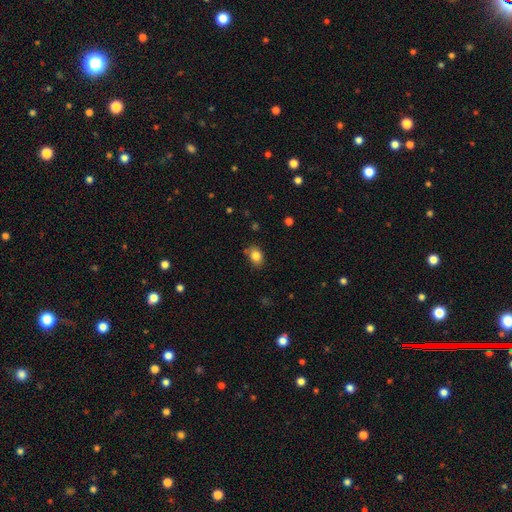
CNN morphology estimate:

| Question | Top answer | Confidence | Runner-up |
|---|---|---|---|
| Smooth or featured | smooth | 83% | star or artifact (10%) |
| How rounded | in between | 66% | round (33%) |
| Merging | none | 75% | minor disturbance (18%) |